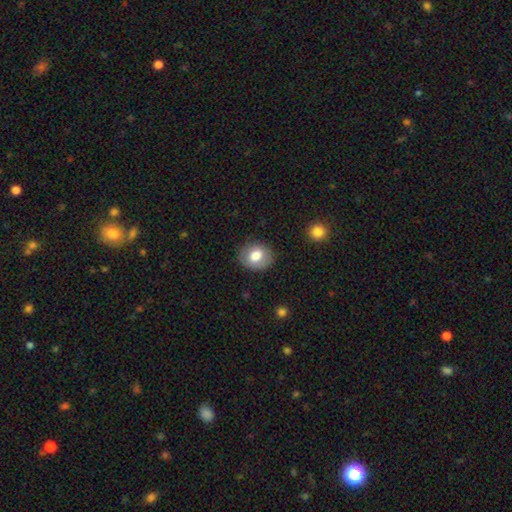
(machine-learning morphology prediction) Smooth or featured? Predicted: smooth (p=0.78). How rounded? Predicted: round (p=0.61). Merging? Predicted: none (p=0.82).